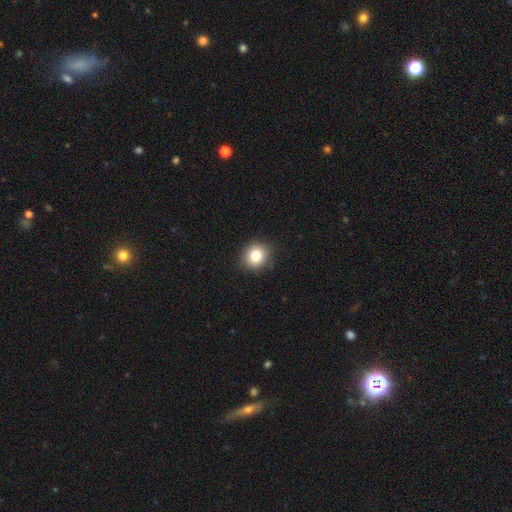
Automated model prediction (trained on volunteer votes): Smooth or featured: smooth — 82% (star or artifact — 11%)
How rounded: round — 81% (in between — 18%)
Merging: none — 89% (minor disturbance — 8%)